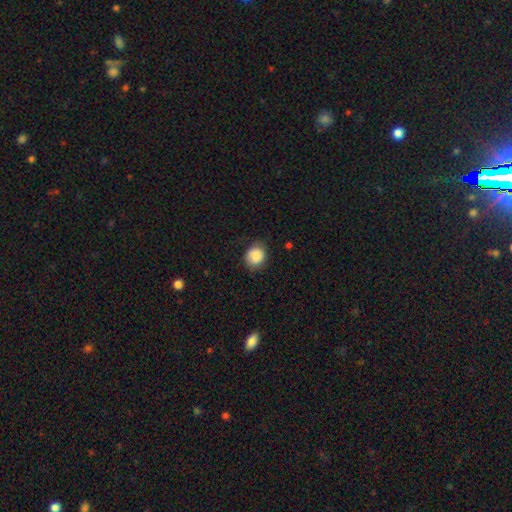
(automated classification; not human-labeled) smooth 85%, star or artifact 8%, featured or disk 7%. Down the decision tree: how rounded — round (67%); merging — none (75%).